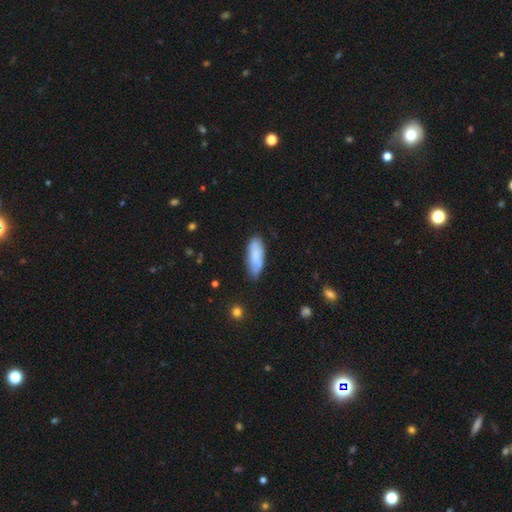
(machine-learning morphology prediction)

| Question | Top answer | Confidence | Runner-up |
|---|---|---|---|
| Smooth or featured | smooth | 76% | featured or disk (18%) |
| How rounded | in between | 69% | cigar-shaped (29%) |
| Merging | none | 75% | minor disturbance (19%) |